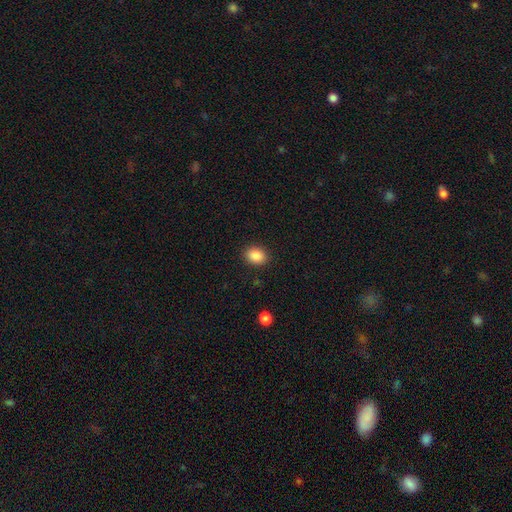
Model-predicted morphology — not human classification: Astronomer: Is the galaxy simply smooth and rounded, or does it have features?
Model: smooth — 88%.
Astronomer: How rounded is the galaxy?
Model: in between — 59% (runner-up: round, 40%).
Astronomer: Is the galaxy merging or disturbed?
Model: none — 89%.